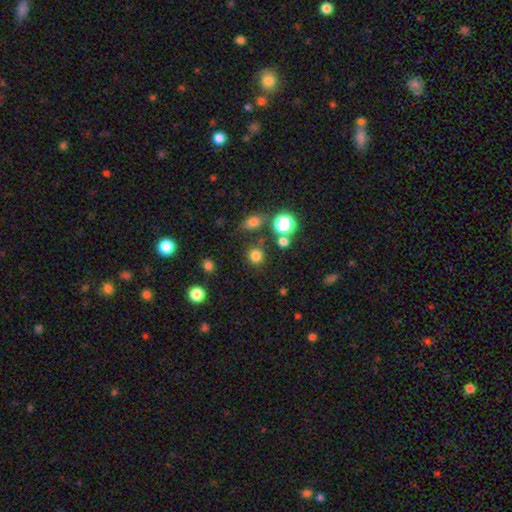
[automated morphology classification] smooth-or-featured: smooth: 79% | star or artifact: 17% | featured or disk: 5%
  how-rounded: round: 90% | in between: 9% | cigar-shaped: 1%
  merging: none: 83% | minor disturbance: 8% | merger: 6% | major disturbance: 3%